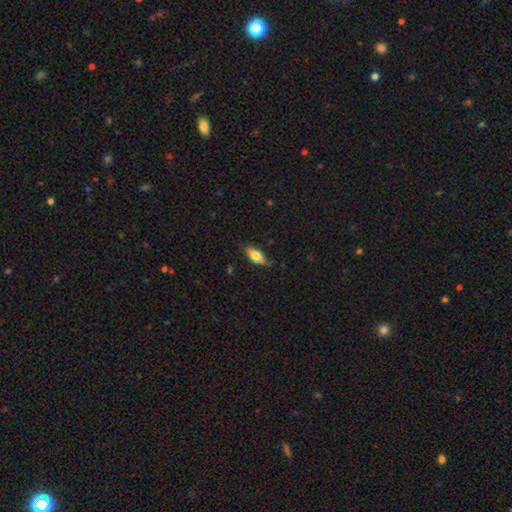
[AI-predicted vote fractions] Overall: smooth (68%). How rounded: in between (78%). Merging: none (72%).